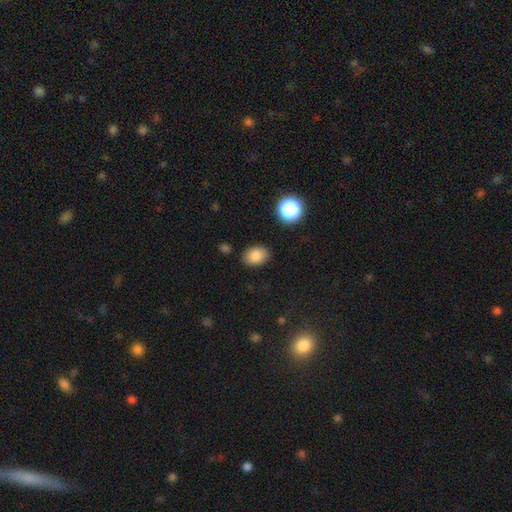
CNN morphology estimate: smooth-or-featured: smooth: 83% | star or artifact: 10% | featured or disk: 6%
  how-rounded: in between: 76% | round: 22% | cigar-shaped: 1%
  merging: none: 85% | minor disturbance: 10% | major disturbance: 3% | merger: 2%